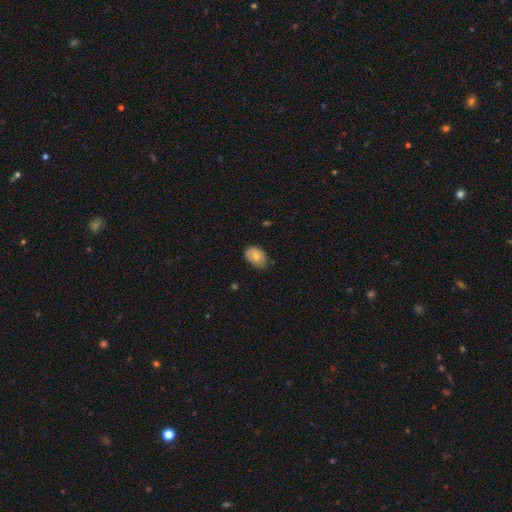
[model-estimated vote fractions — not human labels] Smooth or featured?
  - smooth: 74% *
  - featured or disk: 19%
  - star or artifact: 7%
How rounded?
  - in between: 82% *
  - round: 17%
  - cigar-shaped: 1%
Merging?
  - none: 69% *
  - minor disturbance: 25%
  - major disturbance: 4%
  - merger: 1%